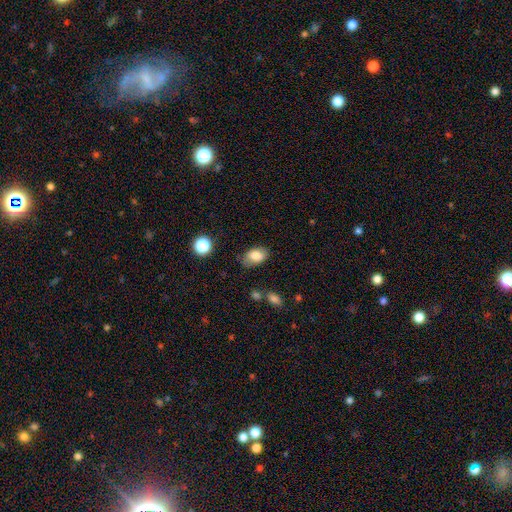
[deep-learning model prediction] A smooth galaxy with no disk features (82%) that is in between round and cigar-shaped (89%). Merging: none (71%).